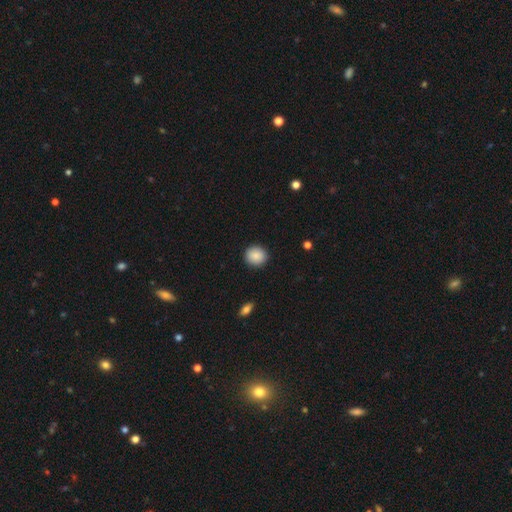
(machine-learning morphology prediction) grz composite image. It shows a smooth galaxy with no disk features (89%) that is round (85%). Merging: none (91%).